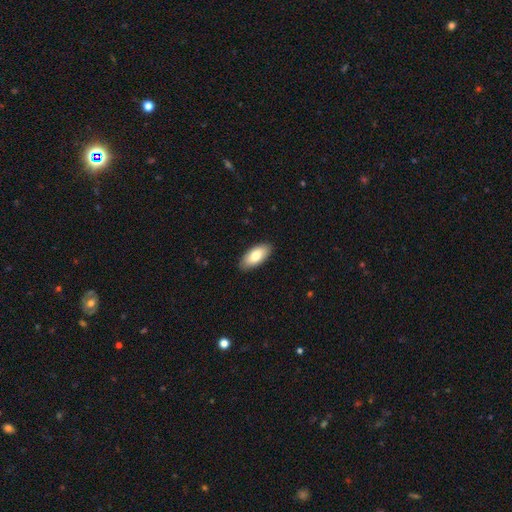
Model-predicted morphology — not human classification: Smooth or featured?
  - smooth: 79% *
  - featured or disk: 15%
  - star or artifact: 6%
How rounded?
  - in between: 91% *
  - cigar-shaped: 7%
  - round: 2%
Merging?
  - none: 89% *
  - minor disturbance: 9%
  - major disturbance: 2%
  - merger: 1%